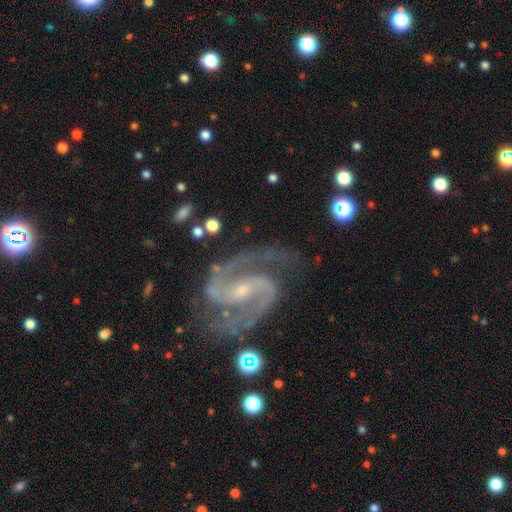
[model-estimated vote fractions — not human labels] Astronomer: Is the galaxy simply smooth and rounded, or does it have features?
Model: featured or disk — 92%.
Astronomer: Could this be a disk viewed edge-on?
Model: no — 98%.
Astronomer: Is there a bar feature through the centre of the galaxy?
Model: strong — 43% (runner-up: weak, 40%).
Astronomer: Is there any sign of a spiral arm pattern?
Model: yes — 99%.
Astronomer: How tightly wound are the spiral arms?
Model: medium — 56%.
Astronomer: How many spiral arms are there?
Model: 2 — 85%.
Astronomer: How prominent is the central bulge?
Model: small — 75%.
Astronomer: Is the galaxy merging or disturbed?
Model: none — 71%.